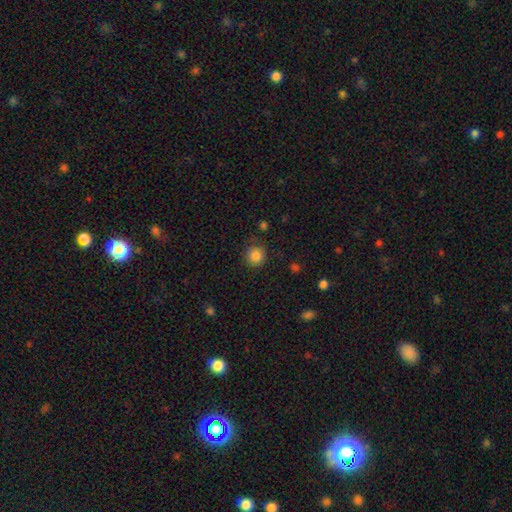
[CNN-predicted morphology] Smooth or featured: smooth — 85% (star or artifact — 10%)
How rounded: round — 93% (in between — 6%)
Merging: none — 86% (minor disturbance — 10%)